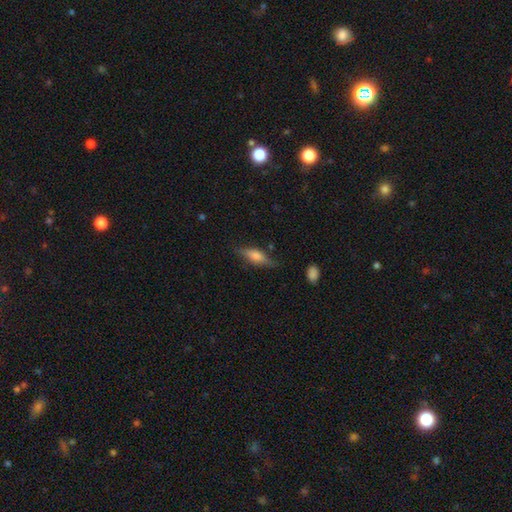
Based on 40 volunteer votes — Smooth or featured? featured or disk (57%)
Edge-on disk? yes (91%)
Edge-on bulge? rounded (86%)
Merging? none (78%)